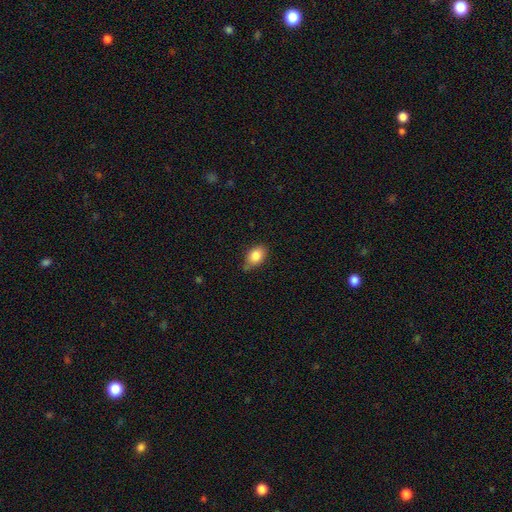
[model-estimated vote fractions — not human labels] Smooth or featured: smooth — 84% (star or artifact — 8%)
How rounded: in between — 80% (round — 18%)
Merging: none — 68% (minor disturbance — 25%)